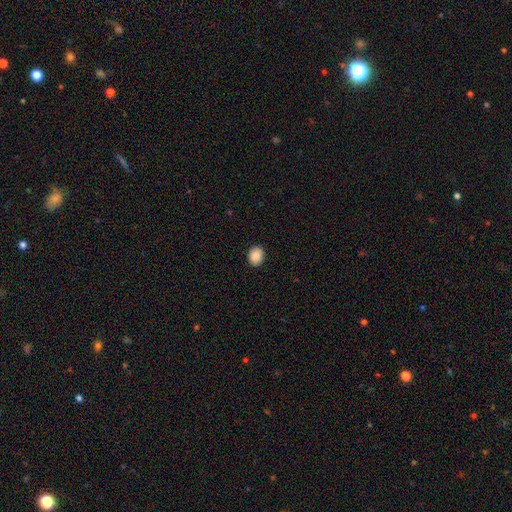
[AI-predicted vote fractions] Overall: smooth (88%). How rounded: in between (50%; round 49%). Merging: none (90%).